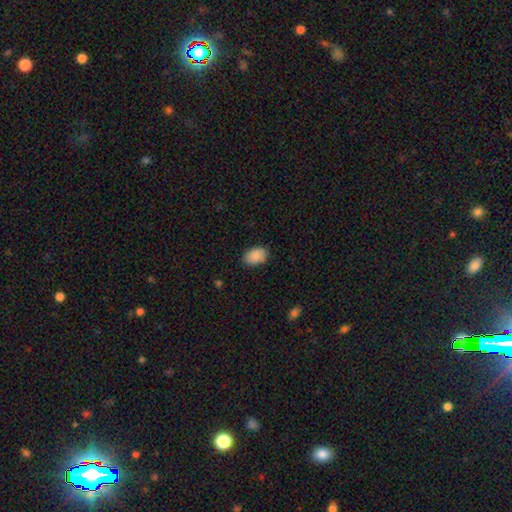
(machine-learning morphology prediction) Smooth or featured: smooth — 89% (star or artifact — 7%)
How rounded: in between — 88% (round — 11%)
Merging: none — 81% (minor disturbance — 15%)